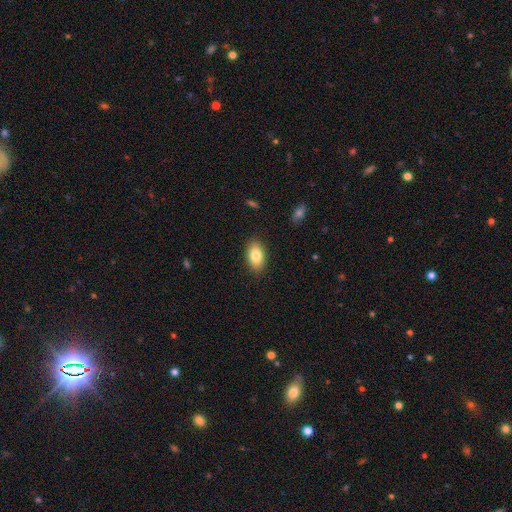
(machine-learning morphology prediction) A smooth galaxy with no disk features (83%) that is in between round and cigar-shaped (91%).

Vote fractions:
- Smooth or featured? smooth: 83% / featured or disk: 10% / star or artifact: 7%
- How rounded? in between: 91% / round: 6% / cigar-shaped: 2%
- Merging? none: 87% / minor disturbance: 10% / major disturbance: 2% / merger: 1%